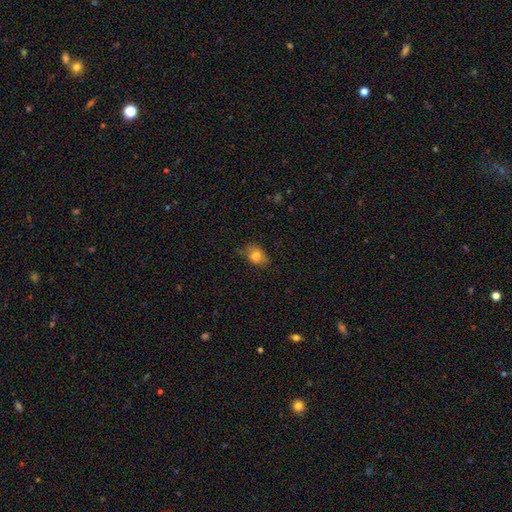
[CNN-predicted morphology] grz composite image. It shows a smooth galaxy with no disk features (79%) that is in between round and cigar-shaped (72%). Merging: none (72%).